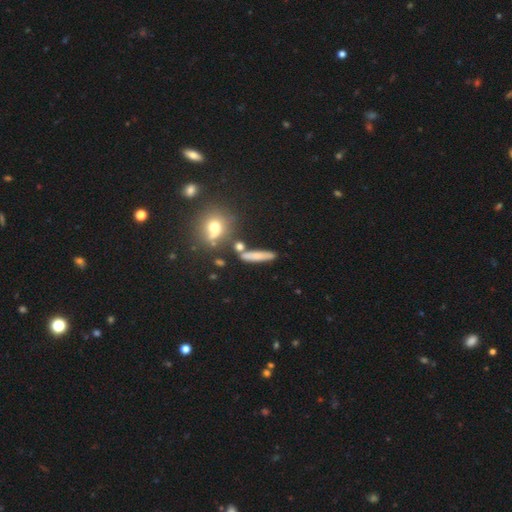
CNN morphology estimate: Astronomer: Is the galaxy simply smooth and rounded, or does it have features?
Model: smooth — 64%.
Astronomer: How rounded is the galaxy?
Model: cigar-shaped — 79%.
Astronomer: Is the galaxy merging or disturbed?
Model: none — 74%.